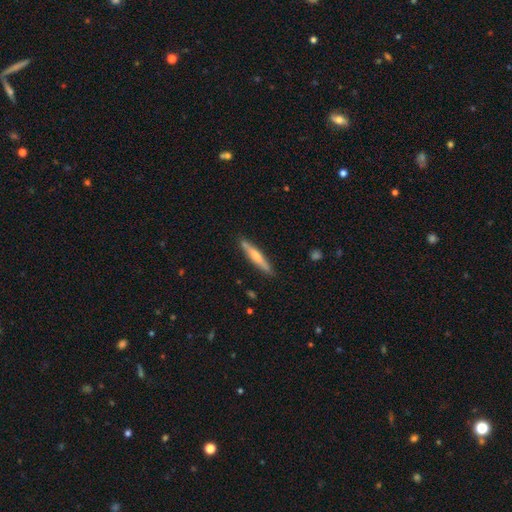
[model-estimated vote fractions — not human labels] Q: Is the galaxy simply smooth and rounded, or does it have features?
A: smooth — 48%.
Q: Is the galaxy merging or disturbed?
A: none — 88%.